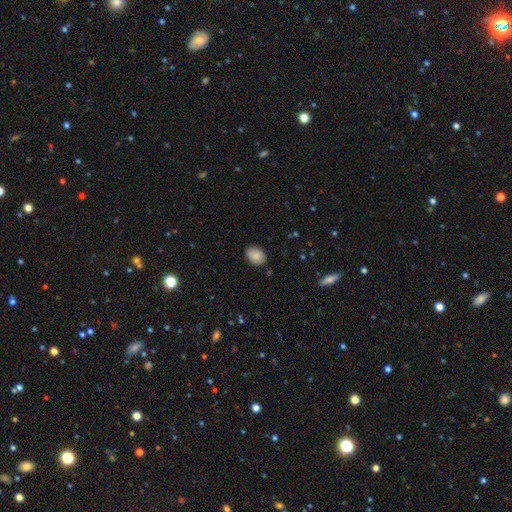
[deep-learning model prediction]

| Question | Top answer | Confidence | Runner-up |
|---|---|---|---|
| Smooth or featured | smooth | 88% | star or artifact (7%) |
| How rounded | in between | 74% | round (25%) |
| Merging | none | 82% | minor disturbance (14%) |